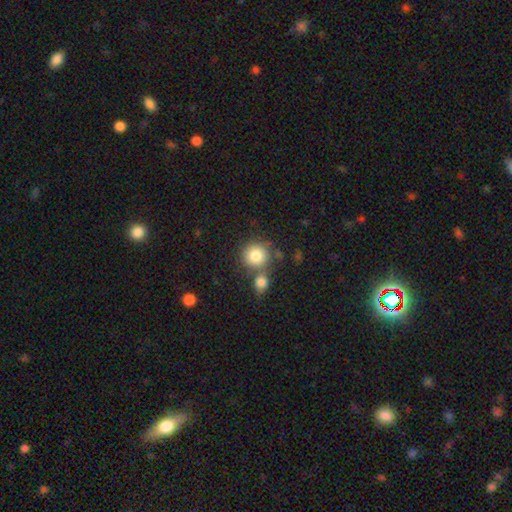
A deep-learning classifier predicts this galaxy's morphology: smooth 81%, star or artifact 10%, featured or disk 9%. Down the decision tree: how rounded — round (89%); merging — none (56%).